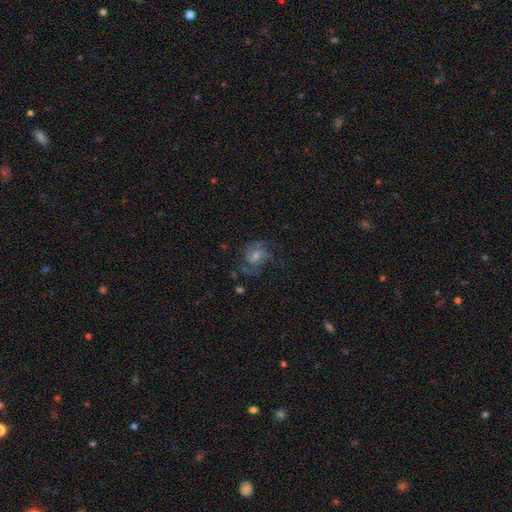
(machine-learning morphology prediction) A featured or disk galaxy (58%) with no bar (50%), spiral arms (82%) and a moderate central bulge (43%).

Vote fractions:
- Smooth or featured? featured or disk: 58% / smooth: 32% / star or artifact: 10%
- Edge-on disk? no: 97% / yes: 3%
- Bar? no: 50% / weak: 42% / strong: 8%
- Spiral arms? yes: 82% / no: 18%
- Bulge size? moderate: 43% / small: 35% / none: 12% / large: 9% / dominant: 2%
- Merging? none: 51% / major disturbance: 24% / minor disturbance: 23% / merger: 3%